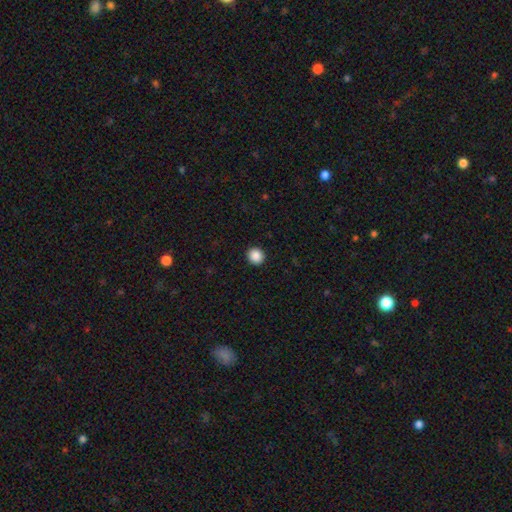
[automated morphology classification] A smooth galaxy with no disk features (88%) that is round (90%). Merging: none (93%).